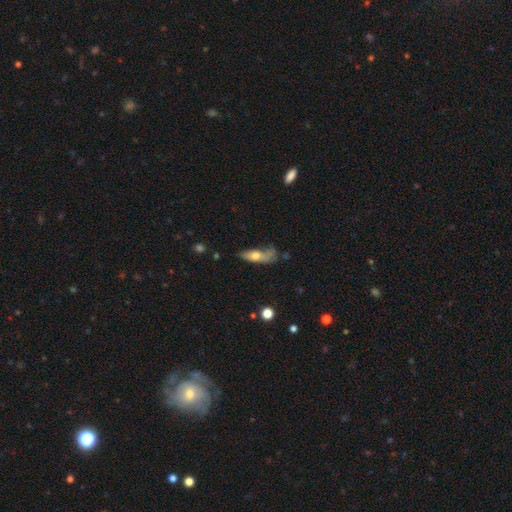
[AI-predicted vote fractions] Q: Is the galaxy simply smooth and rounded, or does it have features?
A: smooth — 63%.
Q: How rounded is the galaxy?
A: in between — 54%.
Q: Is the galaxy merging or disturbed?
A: none — 36%.